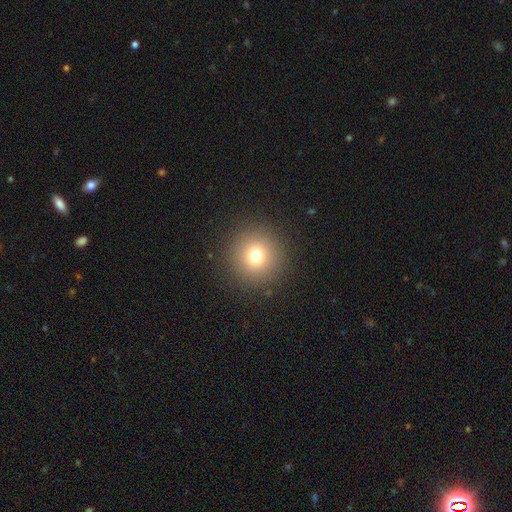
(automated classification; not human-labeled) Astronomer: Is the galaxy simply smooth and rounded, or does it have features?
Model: smooth — 76%.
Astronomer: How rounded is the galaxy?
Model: round — 95%.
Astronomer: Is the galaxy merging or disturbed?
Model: none — 91%.